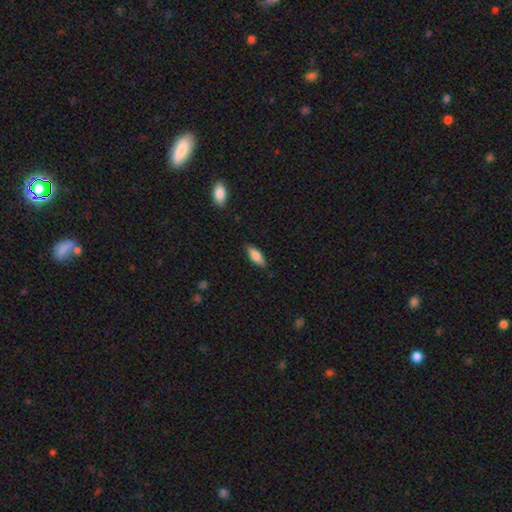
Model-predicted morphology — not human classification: Q: Smooth or featured?
A: smooth (82%); runner-up: featured or disk (12%)
Q: How rounded?
A: in between (72%); runner-up: cigar-shaped (26%)
Q: Merging?
A: none (86%); runner-up: minor disturbance (11%)